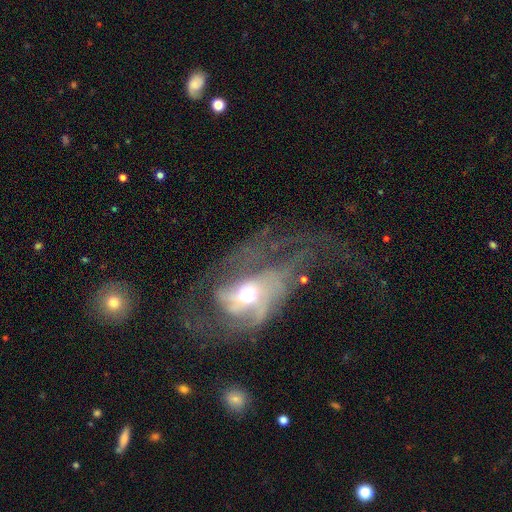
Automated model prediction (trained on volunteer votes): Smooth or featured? featured or disk (77%)
Edge-on disk? no (95%)
Bar? no (58%)
Spiral arms? yes (78%)
Spiral winding? loose (40%)
Spiral arm count? 2 (34%)
Bulge size? moderate (66%)
Merging? major disturbance (54%)